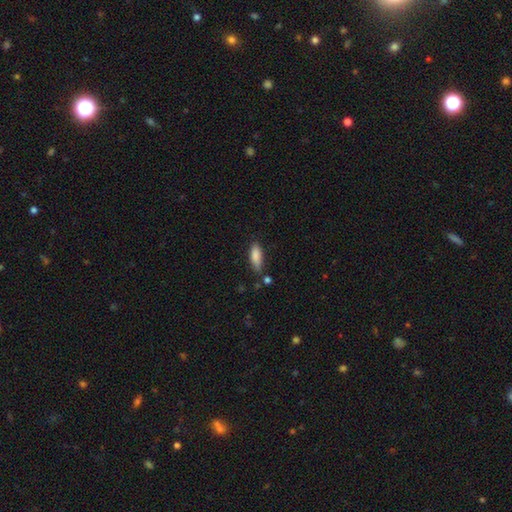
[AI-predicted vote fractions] This is clearly a smooth galaxy (85%). How rounded: likely in between (63%). Merging: likely none (69%).